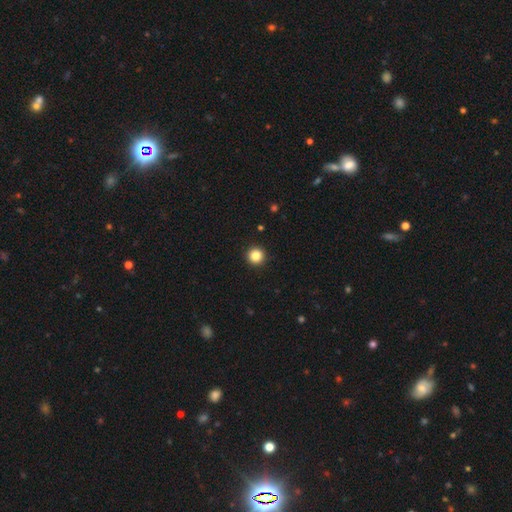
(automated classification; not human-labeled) smooth 85%, star or artifact 11%, featured or disk 4%. Down the decision tree: how rounded — round (96%); merging — none (93%).